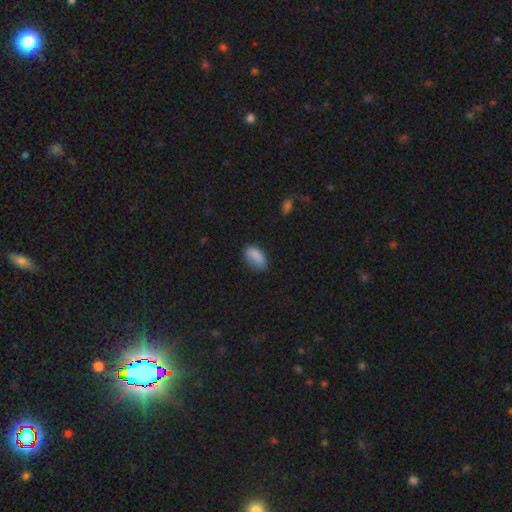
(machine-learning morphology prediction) A smooth galaxy with no disk features (85%) that is in between round and cigar-shaped (90%). Merging: none (65%).